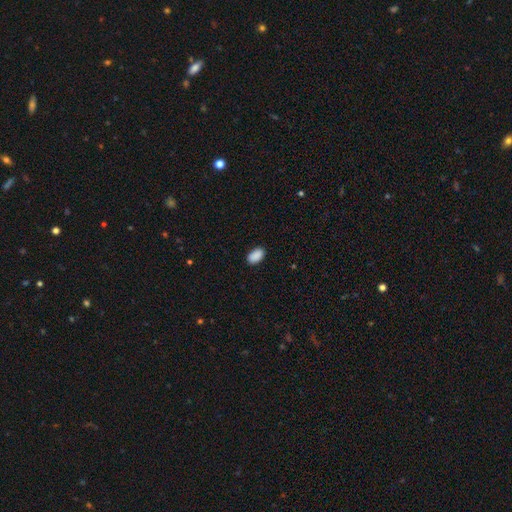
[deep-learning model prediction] The model was most divided on "merging": none: 88%, minor disturbance: 9%, major disturbance: 2%, merger: 1%. More confident: how rounded — in between (93%); smooth or featured — smooth (90%).